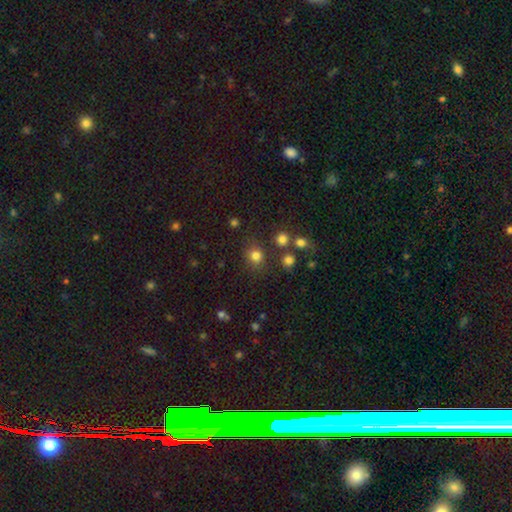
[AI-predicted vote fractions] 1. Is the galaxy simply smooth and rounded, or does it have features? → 79% smooth, 15% star or artifact, 5% featured or disk.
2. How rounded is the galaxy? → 84% round, 15% in between, 1% cigar-shaped.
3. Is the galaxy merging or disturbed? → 79% none, 10% minor disturbance, 6% merger, 4% major disturbance.